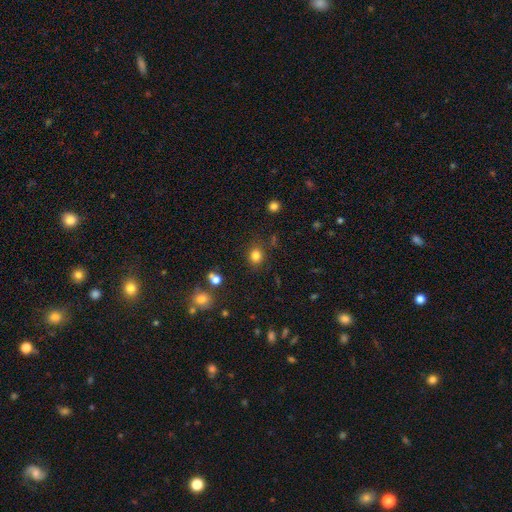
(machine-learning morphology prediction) smooth_or_featured: smooth (p=0.81) [alt: star or artifact p=0.13]
how_rounded: round (p=0.64) [alt: in between p=0.35]
merging: none (p=0.82) [alt: minor disturbance p=0.11]